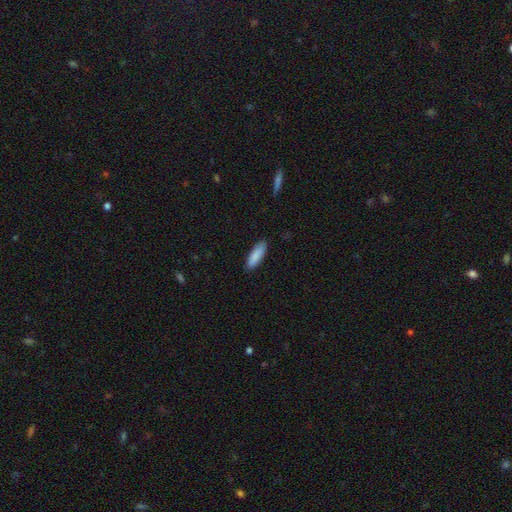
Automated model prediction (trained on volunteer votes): Q: Smooth or featured?
A: smooth (89%); runner-up: star or artifact (6%)
Q: How rounded?
A: cigar-shaped (50%); runner-up: in between (48%)
Q: Merging?
A: none (89%); runner-up: minor disturbance (8%)